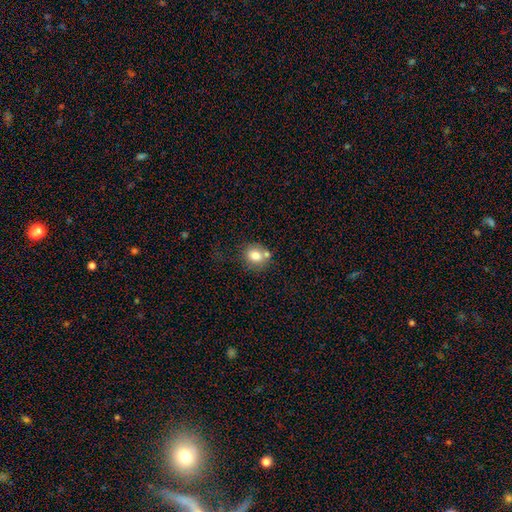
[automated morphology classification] smooth-or-featured: smooth: 77% | featured or disk: 13% | star or artifact: 10%
  how-rounded: round: 67% | in between: 32% | cigar-shaped: 1%
  merging: none: 50% | merger: 26% | minor disturbance: 17% | major disturbance: 7%